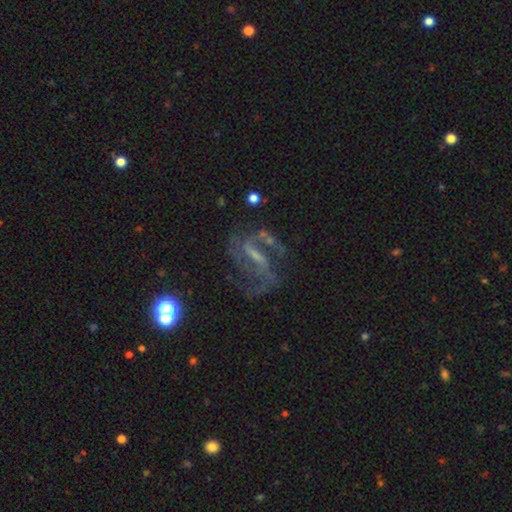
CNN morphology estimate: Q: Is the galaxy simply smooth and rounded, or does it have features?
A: featured or disk — 81%.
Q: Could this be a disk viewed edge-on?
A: no — 95%.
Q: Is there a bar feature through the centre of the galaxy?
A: strong — 50%.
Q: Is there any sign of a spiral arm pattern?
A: yes — 93%.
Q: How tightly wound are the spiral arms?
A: medium — 50%.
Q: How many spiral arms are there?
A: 2 — 67%.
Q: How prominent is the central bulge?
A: small — 38%, tied with none.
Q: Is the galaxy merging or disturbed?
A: none — 58%.